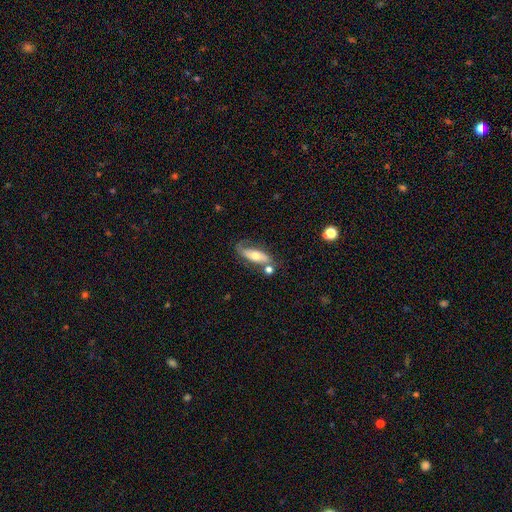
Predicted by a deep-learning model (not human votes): Overall: featured or disk (52%; smooth 42%). Edge-on disk: no (75%). Merging: none (50%; minor disturbance 22%).